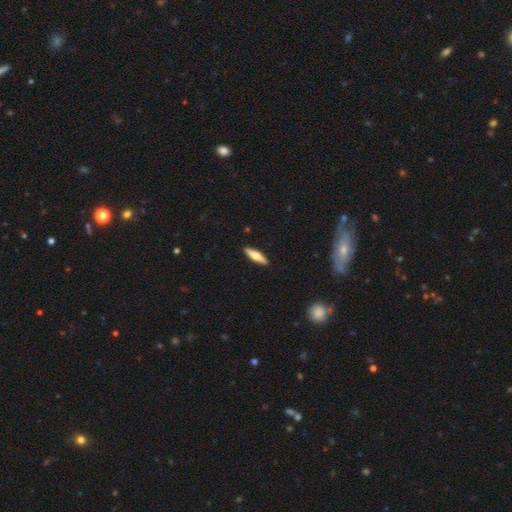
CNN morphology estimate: Smooth or featured? Predicted: smooth (p=0.56). How rounded? Predicted: cigar-shaped (p=0.69). Merging? Predicted: none (p=0.91).